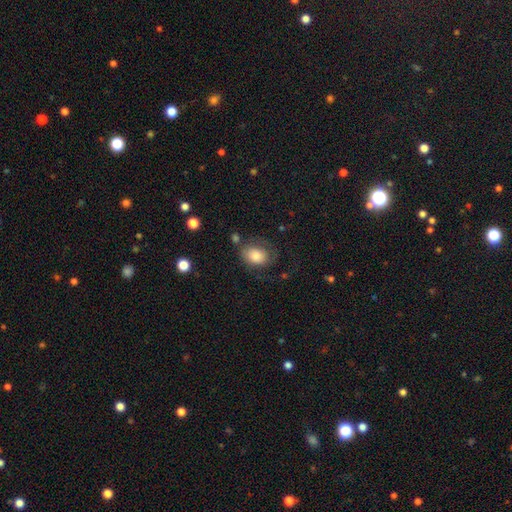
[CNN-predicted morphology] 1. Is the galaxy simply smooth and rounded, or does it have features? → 75% smooth, 18% featured or disk, 8% star or artifact.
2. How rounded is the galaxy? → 73% in between, 26% round, 1% cigar-shaped.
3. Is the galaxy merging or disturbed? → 51% none, 25% minor disturbance, 19% major disturbance, 4% merger.